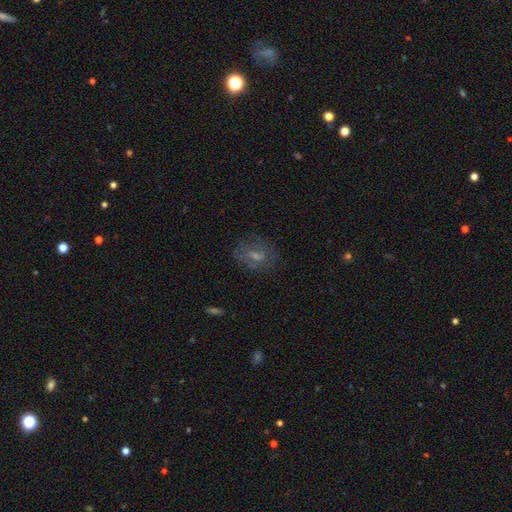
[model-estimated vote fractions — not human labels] smooth-or-featured: featured or disk: 44% | smooth: 42% | star or artifact: 14%
  merging: none: 65% | minor disturbance: 19% | major disturbance: 14% | merger: 2%